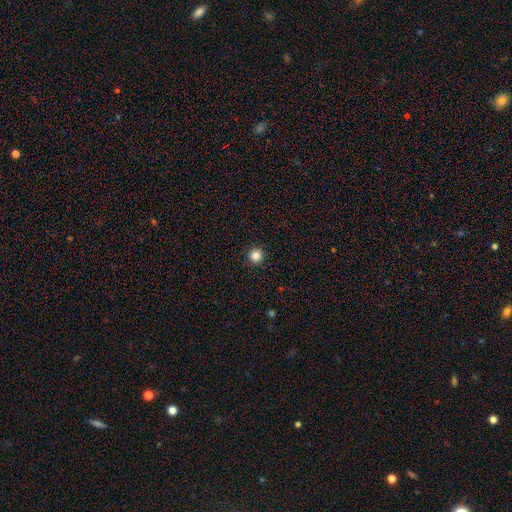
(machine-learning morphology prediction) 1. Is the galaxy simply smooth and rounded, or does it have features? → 84% smooth, 12% star or artifact, 5% featured or disk.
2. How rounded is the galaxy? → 96% round, 3% in between, 1% cigar-shaped.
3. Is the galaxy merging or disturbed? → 93% none, 5% minor disturbance, 2% major disturbance, 1% merger.